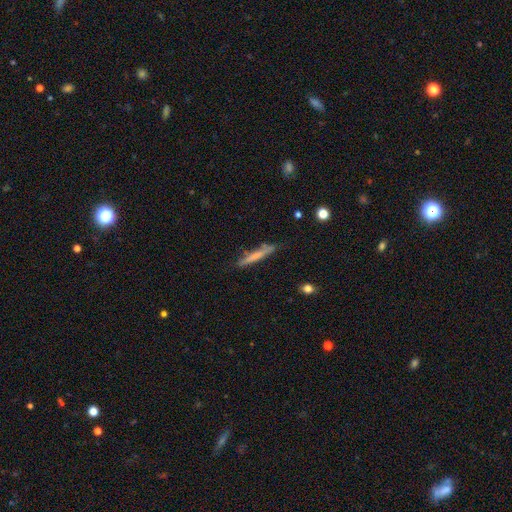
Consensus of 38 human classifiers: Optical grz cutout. It shows a featured or disk galaxy (53%) viewed edge-on (95%) with no central bulge (63%). Merging: none (69%).